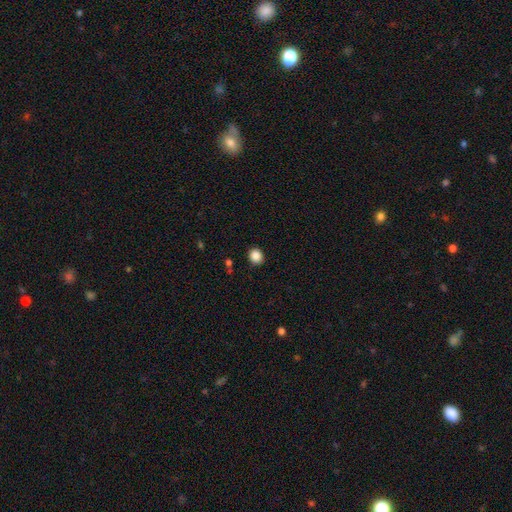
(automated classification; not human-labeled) Smooth or featured? Predicted: smooth (p=0.87). How rounded? Predicted: round (p=0.78). Merging? Predicted: none (p=0.90).